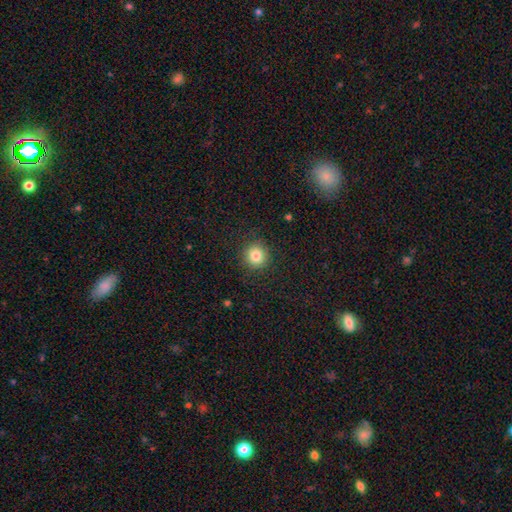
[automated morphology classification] Q: Smooth or featured?
A: smooth (83%); runner-up: star or artifact (11%)
Q: How rounded?
A: round (93%); runner-up: in between (6%)
Q: Merging?
A: none (90%); runner-up: minor disturbance (7%)